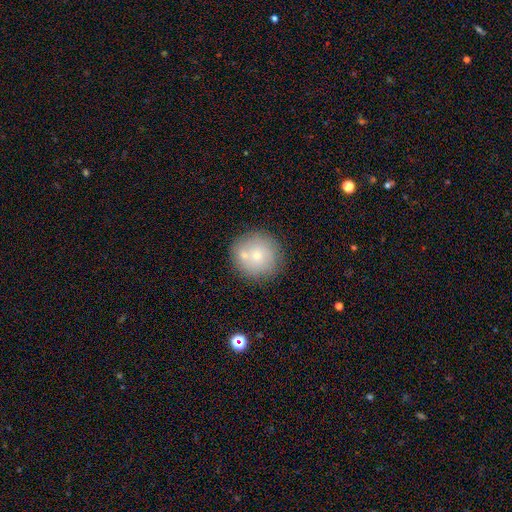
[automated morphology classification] This is likely a smooth galaxy (66%). How rounded: clearly round (93%). Merging: likely none (67%).